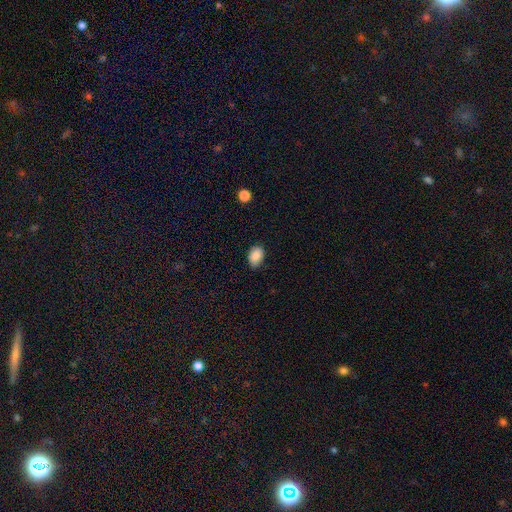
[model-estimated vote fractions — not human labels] Smooth or featured: smooth — 88% (star or artifact — 8%)
How rounded: in between — 82% (round — 17%)
Merging: none — 78% (minor disturbance — 18%)